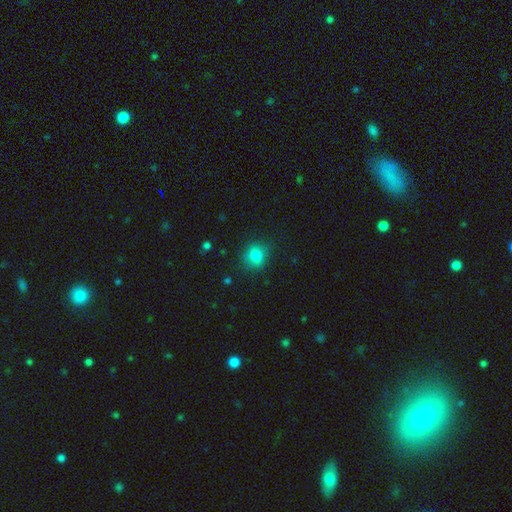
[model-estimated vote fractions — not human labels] Q: Smooth or featured?
A: smooth (81%); runner-up: star or artifact (12%)
Q: How rounded?
A: round (72%); runner-up: in between (27%)
Q: Merging?
A: none (84%); runner-up: minor disturbance (11%)